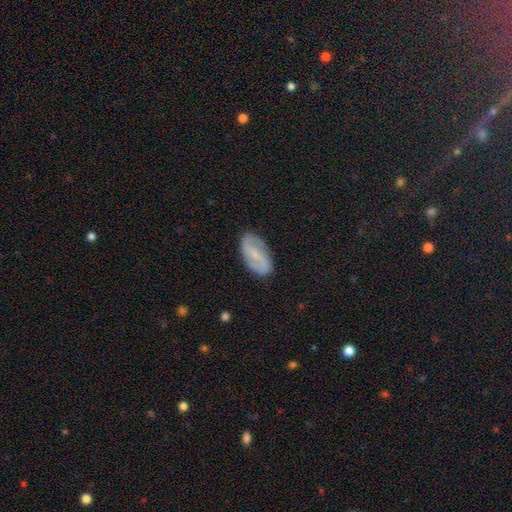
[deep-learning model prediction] smooth-or-featured: featured or disk: 63% | smooth: 30% | star or artifact: 7%
  disk-edge-on: no: 95% | yes: 5%
    bar: weak: 46% | strong: 31% | no: 24%
    has-spiral-arms: yes: 86% | no: 14%
      spiral-winding: loose: 40% | medium: 38% | tight: 22%
      spiral-arm-count: 2: 87% | can't tell: 8% | 1: 2% | 3: 1% | 4: 1% | more than 4: 1%
    bulge-size: small: 57% | none: 22% | moderate: 19% | large: 2% | dominant: 1%
  merging: none: 83% | minor disturbance: 12% | major disturbance: 3% | merger: 1%